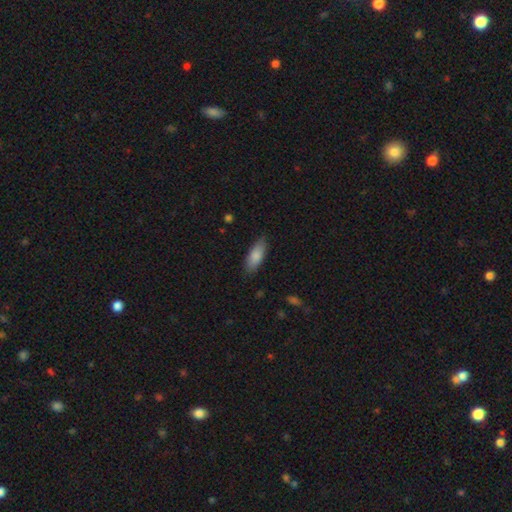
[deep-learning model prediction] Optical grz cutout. It shows a smooth galaxy with no disk features (85%) that is in between round and cigar-shaped (74%). Merging: none (83%).